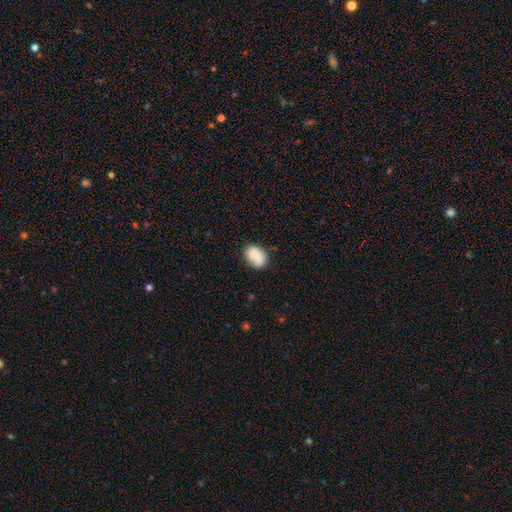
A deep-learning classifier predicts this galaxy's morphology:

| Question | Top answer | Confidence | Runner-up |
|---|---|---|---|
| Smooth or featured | smooth | 70% | featured or disk (22%) |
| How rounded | in between | 74% | round (25%) |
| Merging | none | 65% | minor disturbance (23%) |